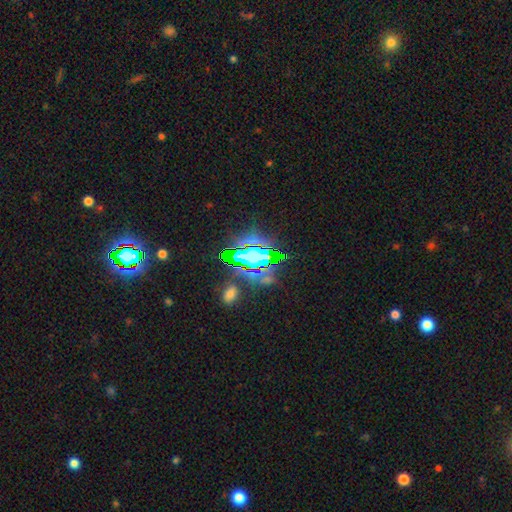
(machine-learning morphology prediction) A star or artifact, not a galaxy (75%).